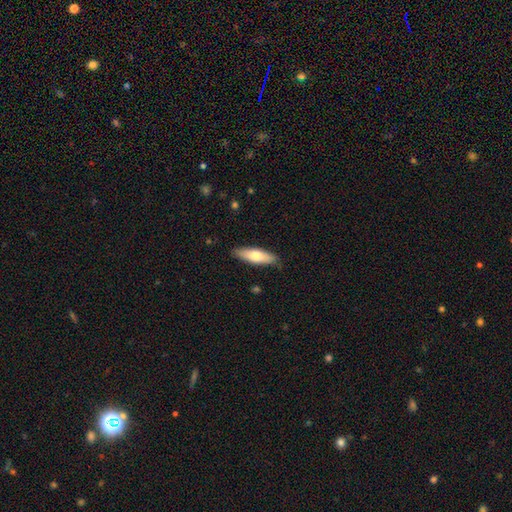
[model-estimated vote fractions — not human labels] Smooth or featured? Predicted: smooth (p=0.65). How rounded? Predicted: cigar-shaped (p=0.52). Merging? Predicted: none (p=0.86).